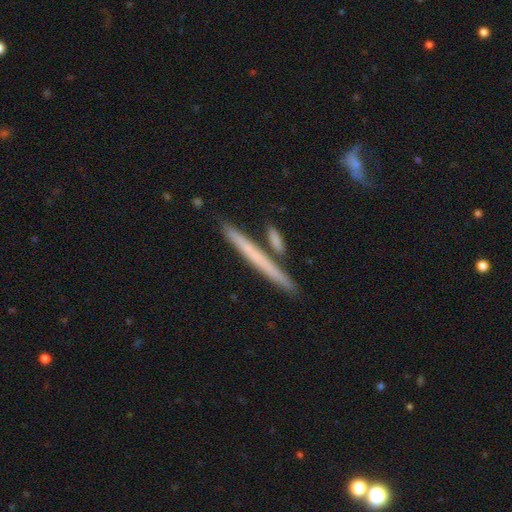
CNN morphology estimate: type=smooth (53%); roundness=cigar-shaped (96%); merging=none (82%).